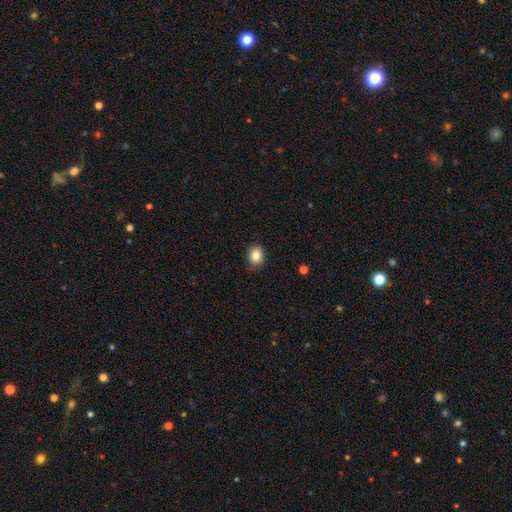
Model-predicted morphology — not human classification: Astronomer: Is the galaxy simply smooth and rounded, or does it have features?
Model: smooth — 84%.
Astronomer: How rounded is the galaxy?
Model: round — 54% (runner-up: in between, 45%).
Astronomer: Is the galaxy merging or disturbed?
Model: none — 86%.